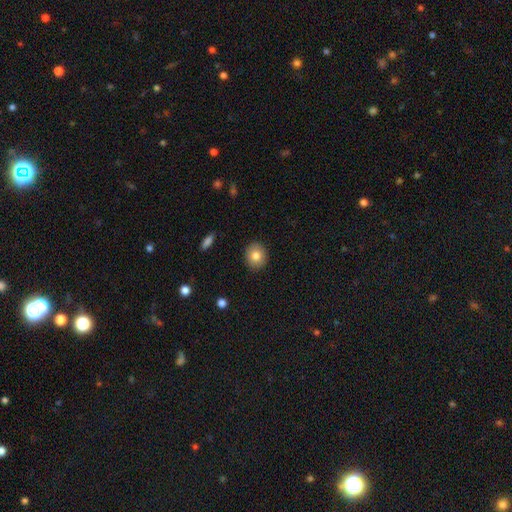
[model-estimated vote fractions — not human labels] A smooth galaxy with no disk features (82%) that is round (74%). Merging: none (90%).